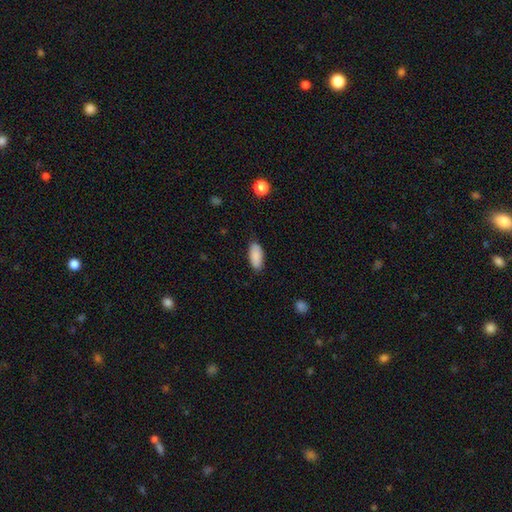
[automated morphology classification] Overall: smooth (89%). How rounded: in between (87%). Merging: none (85%).